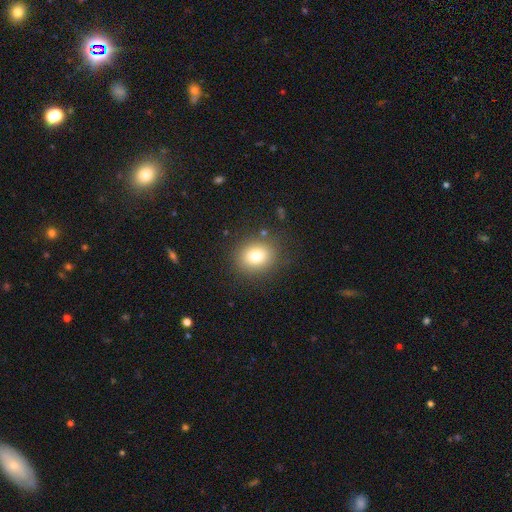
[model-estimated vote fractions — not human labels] A smooth galaxy with no disk features (79%) that is round (65%). Merging: none (85%).